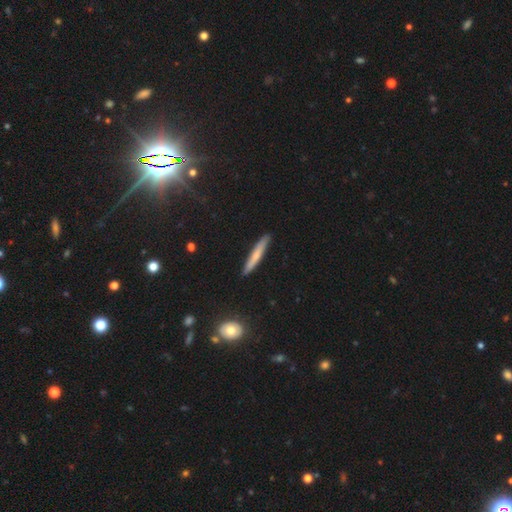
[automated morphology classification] smooth_or_featured: smooth (p=0.60) [alt: featured or disk p=0.34]
how_rounded: cigar-shaped (p=0.94) [alt: in between p=0.04]
merging: none (p=0.89) [alt: minor disturbance p=0.08]